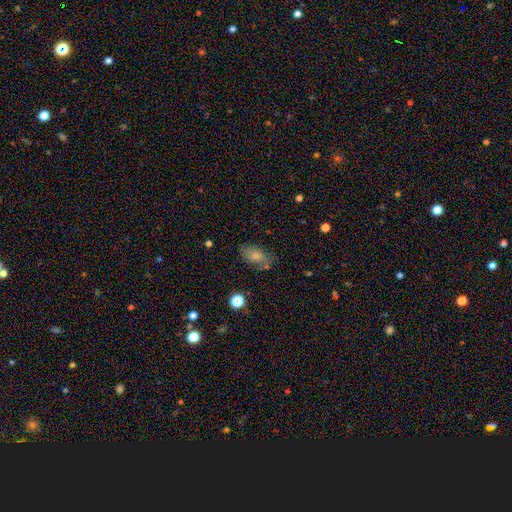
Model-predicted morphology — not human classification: smooth 74%, featured or disk 15%, star or artifact 11%. Down the decision tree: how rounded — in between (89%); merging — none (66%).